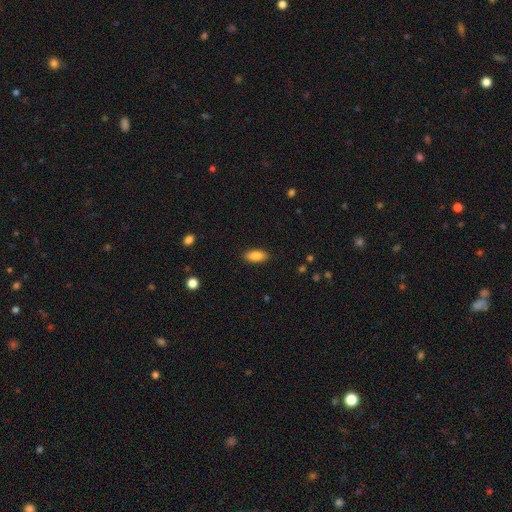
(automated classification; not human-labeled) smooth_or_featured: smooth (p=0.86) [alt: star or artifact p=0.07]
how_rounded: in between (p=0.88) [alt: cigar-shaped p=0.09]
merging: none (p=0.89) [alt: minor disturbance p=0.08]